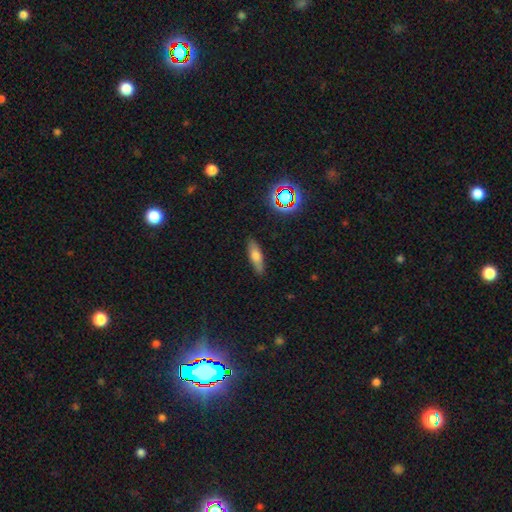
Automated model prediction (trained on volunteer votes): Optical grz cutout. It shows a smooth galaxy with no disk features (64%) that is cigar-shaped (50%). Merging: none (87%).